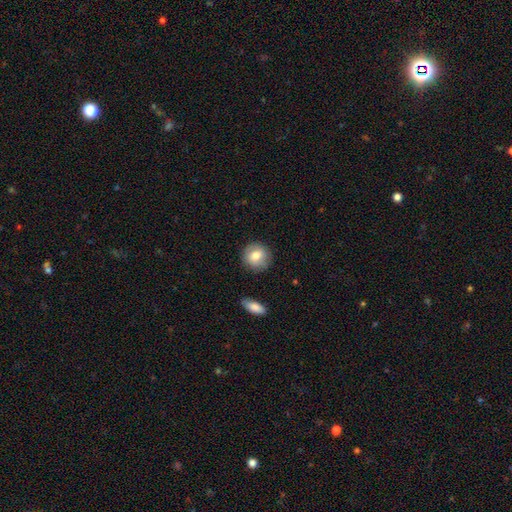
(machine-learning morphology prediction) Smooth or featured? Predicted: smooth (p=0.78). How rounded? Predicted: round (p=0.89). Merging? Predicted: none (p=0.85).